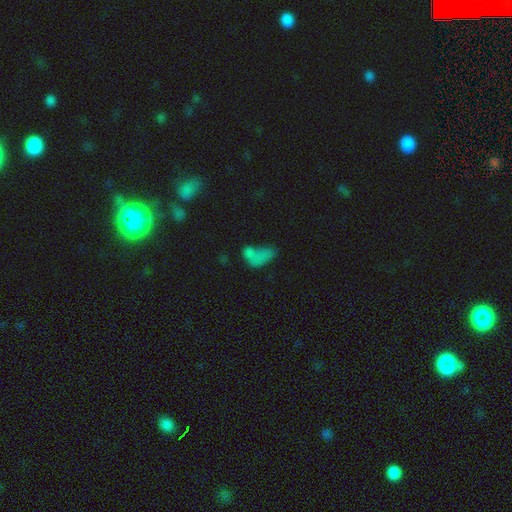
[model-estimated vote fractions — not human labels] smooth-or-featured: smooth: 63% | star or artifact: 21% | featured or disk: 16%
  how-rounded: in between: 83% | round: 10% | cigar-shaped: 6%
  merging: merger: 33% | major disturbance: 26% | none: 25% | minor disturbance: 15%